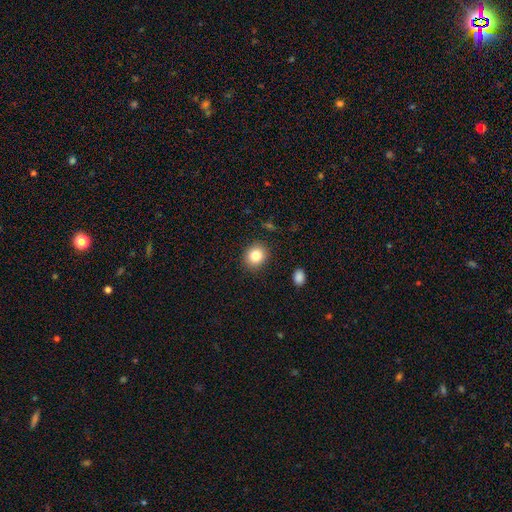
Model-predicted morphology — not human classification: Q: Smooth or featured?
A: smooth (82%); runner-up: star or artifact (10%)
Q: How rounded?
A: round (78%); runner-up: in between (21%)
Q: Merging?
A: none (89%); runner-up: minor disturbance (7%)